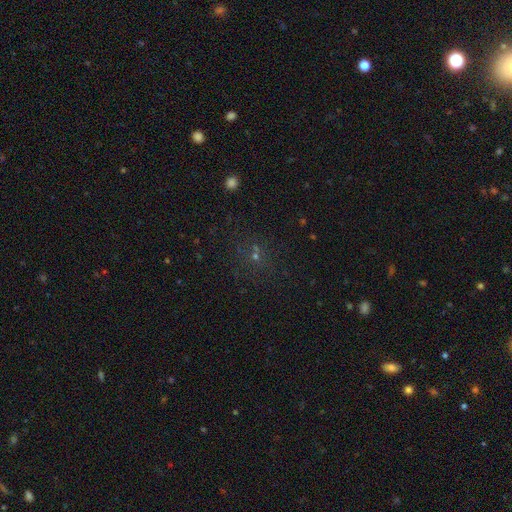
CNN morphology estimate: The model was most divided on "smooth or featured": star or artifact: 51%, smooth: 37%, featured or disk: 13%.